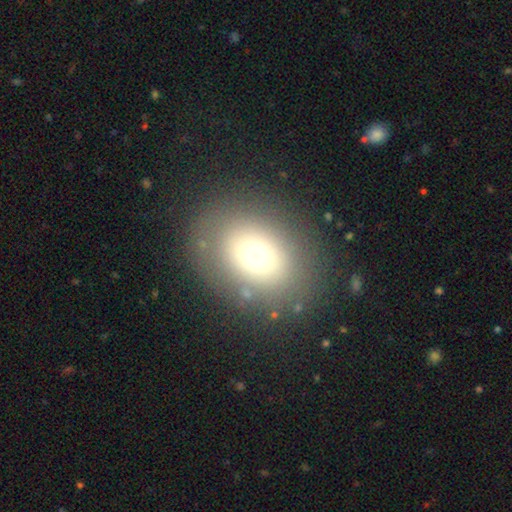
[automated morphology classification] smooth_or_featured: smooth (p=0.67) [alt: featured or disk p=0.18]
how_rounded: in between (p=0.57) [alt: round p=0.42]
merging: none (p=0.79) [alt: minor disturbance p=0.11]